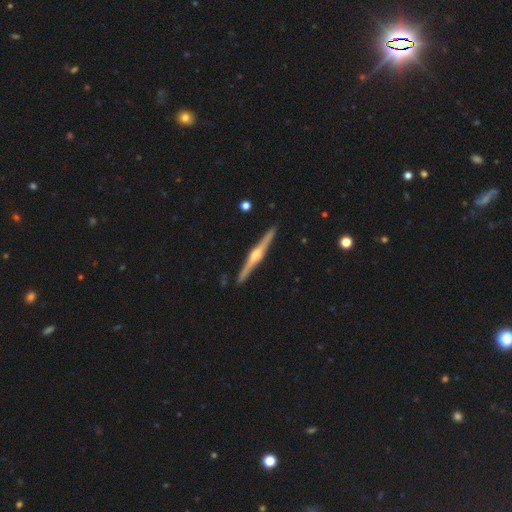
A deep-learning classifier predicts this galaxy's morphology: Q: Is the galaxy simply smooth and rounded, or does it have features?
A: featured or disk — 86%.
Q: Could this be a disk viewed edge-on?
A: yes — 99%.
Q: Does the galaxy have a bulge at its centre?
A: rounded — 93%.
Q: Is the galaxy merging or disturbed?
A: none — 93%.